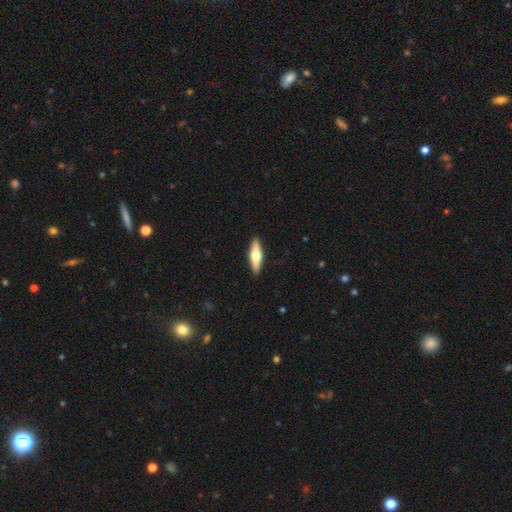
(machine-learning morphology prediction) A featured or disk galaxy (50%). Merging: none (91%).